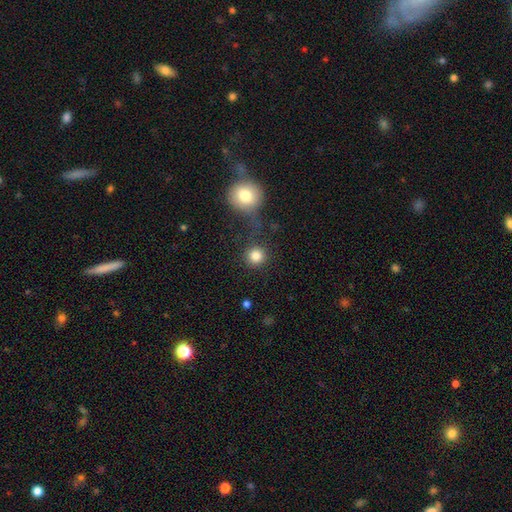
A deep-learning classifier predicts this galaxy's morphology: A smooth galaxy with no disk features (84%) that is round (93%). Merging: none (79%).